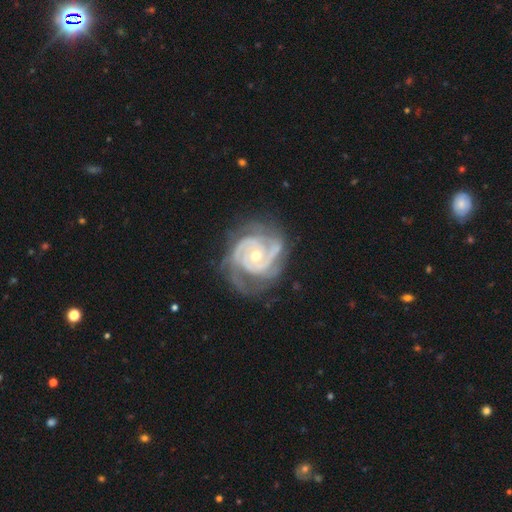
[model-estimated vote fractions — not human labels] Morphology: type=featured or disk (92%); edge-on=no (98%); bar=no (72%); spiral arms=yes (98%); winding=tight (69%); arm count=2 (35%, tied with 3); bulge=moderate (53%); merging=none (67%).